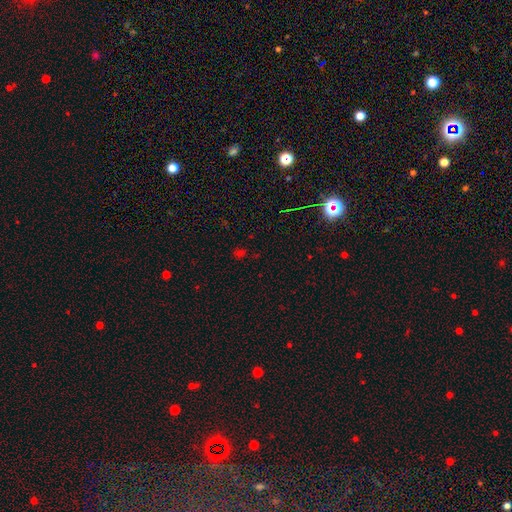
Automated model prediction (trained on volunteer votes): Smooth or featured? Predicted: star or artifact (p=0.57).